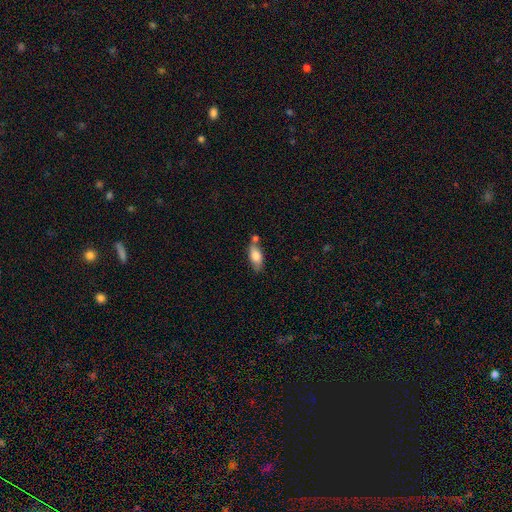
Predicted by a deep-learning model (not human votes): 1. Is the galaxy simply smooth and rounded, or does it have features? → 75% smooth, 18% featured or disk, 7% star or artifact.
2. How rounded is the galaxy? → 84% in between, 12% cigar-shaped, 4% round.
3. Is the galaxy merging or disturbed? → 53% none, 23% merger, 19% minor disturbance, 5% major disturbance.